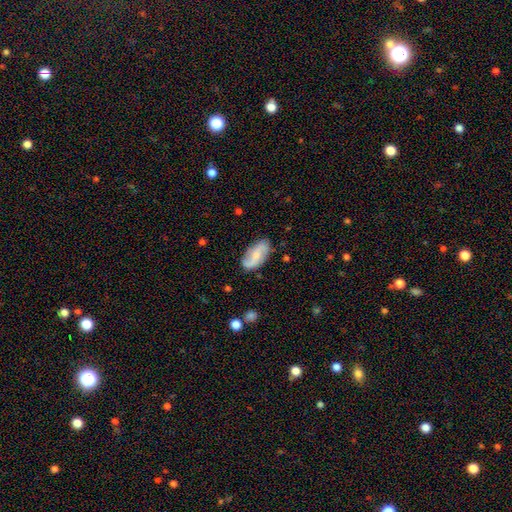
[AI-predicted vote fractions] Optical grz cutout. It shows a featured or disk galaxy (55%) with no bar (51%), spiral arms (89%) and a small central bulge (52%). Merging: none (74%).